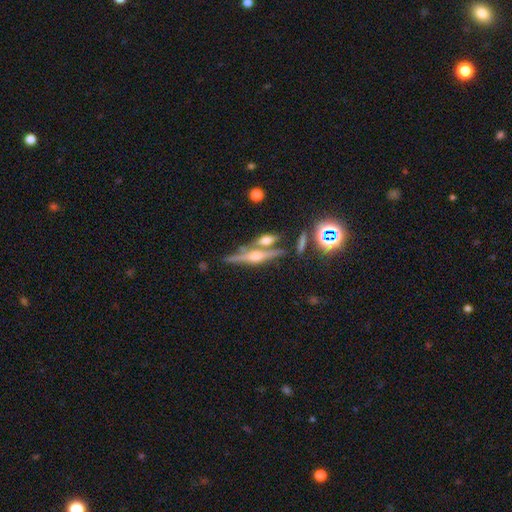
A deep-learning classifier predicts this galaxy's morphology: This is likely a featured or disk galaxy (73%). It is clearly viewed edge-on (95%). Edge-on bulge: clearly rounded (87%). Merging: likely none (67%).